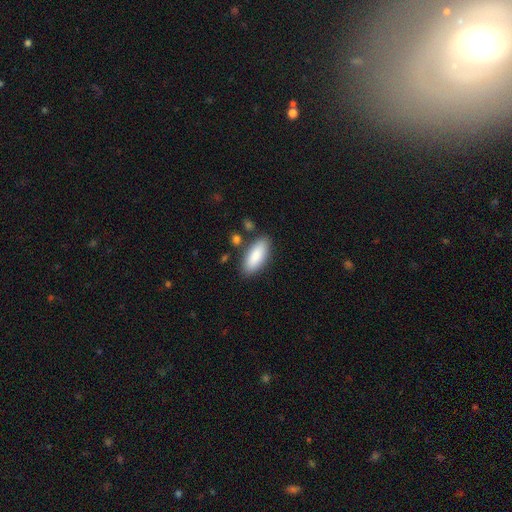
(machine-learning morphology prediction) Smooth or featured? smooth (86%)
How rounded? in between (81%)
Merging? none (82%)